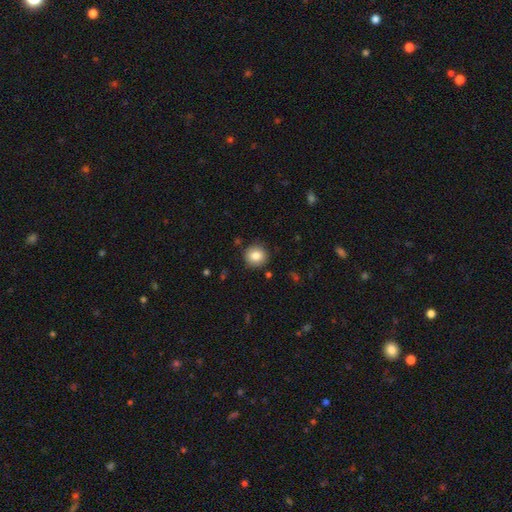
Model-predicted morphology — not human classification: This is clearly a smooth galaxy (84%). How rounded: clearly round (89%). Merging: clearly none (88%).